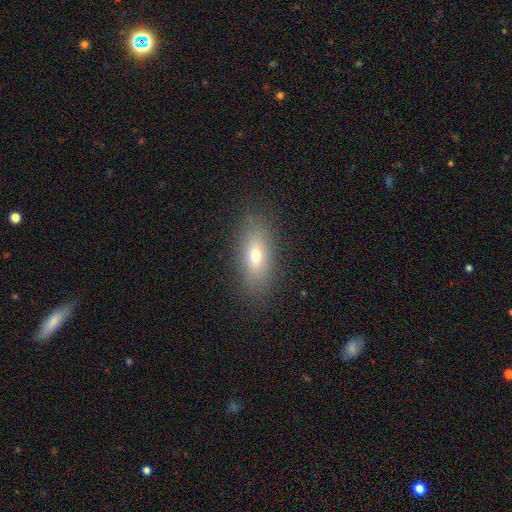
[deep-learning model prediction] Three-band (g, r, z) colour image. It shows a smooth galaxy with no disk features (67%) that is in between round and cigar-shaped (77%). Merging: none (86%).